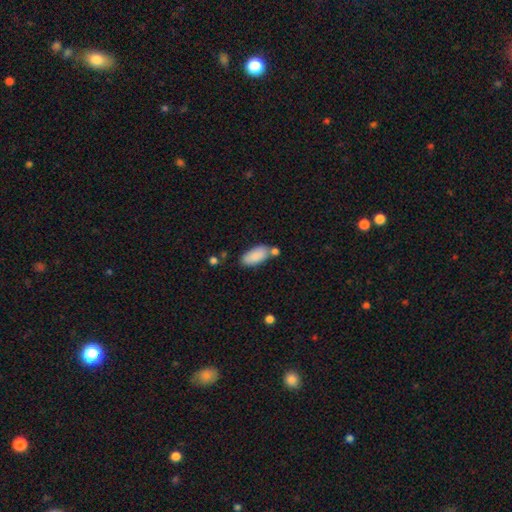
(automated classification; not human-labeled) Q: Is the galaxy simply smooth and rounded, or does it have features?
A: smooth — 88%.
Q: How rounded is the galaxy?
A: in between — 88%.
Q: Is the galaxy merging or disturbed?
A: none — 60%.